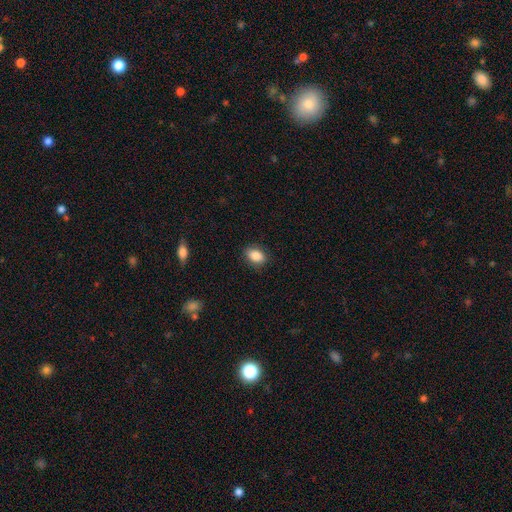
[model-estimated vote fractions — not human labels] smooth 86%, star or artifact 8%, featured or disk 6%. Down the decision tree: how rounded — in between (79%); merging — none (85%).